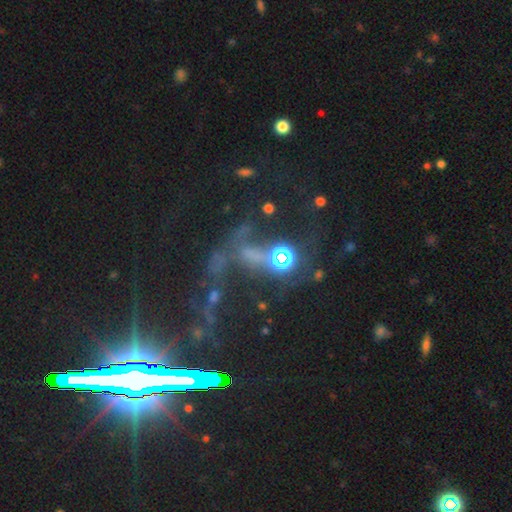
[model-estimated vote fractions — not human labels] Smooth or featured: star or artifact — 54% (smooth — 29%)